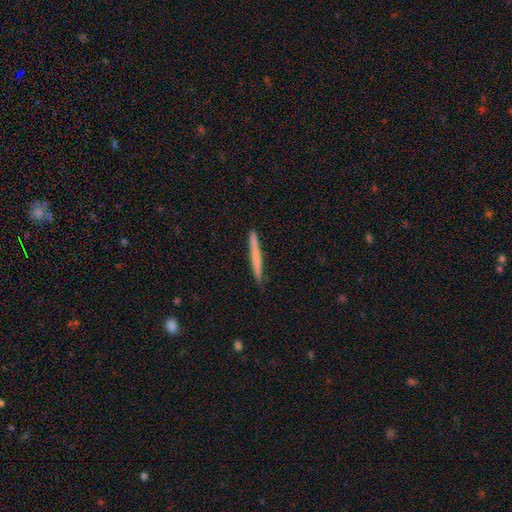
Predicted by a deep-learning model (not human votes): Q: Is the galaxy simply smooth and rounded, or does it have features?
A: smooth — 63%.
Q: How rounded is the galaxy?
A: cigar-shaped — 97%.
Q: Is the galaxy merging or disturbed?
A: none — 90%.